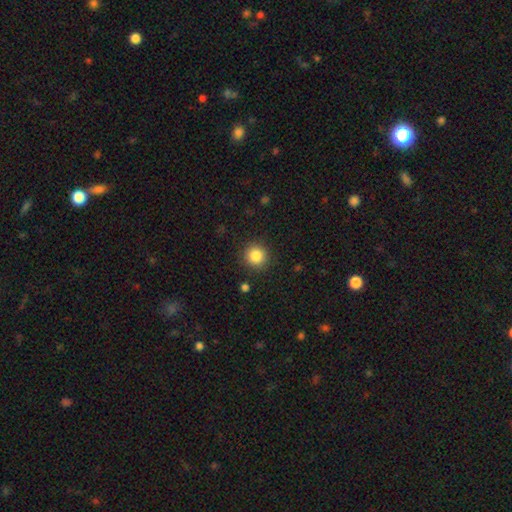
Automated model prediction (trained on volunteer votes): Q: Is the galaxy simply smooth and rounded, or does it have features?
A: smooth — 85%.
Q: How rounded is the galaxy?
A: round — 93%.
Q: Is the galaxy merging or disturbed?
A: none — 90%.